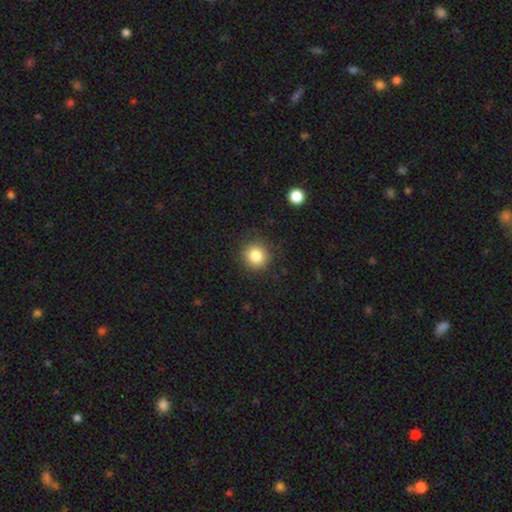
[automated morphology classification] The model was most divided on "smooth or featured": smooth: 83%, star or artifact: 11%, featured or disk: 6%. More confident: how rounded — round (91%); merging — none (89%).